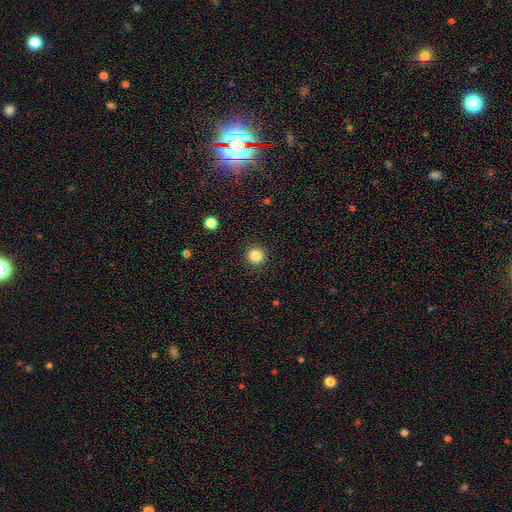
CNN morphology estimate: smooth-or-featured: smooth: 85% | star or artifact: 11% | featured or disk: 4%
  how-rounded: round: 95% | in between: 4% | cigar-shaped: 1%
  merging: none: 92% | minor disturbance: 5% | major disturbance: 2% | merger: 1%